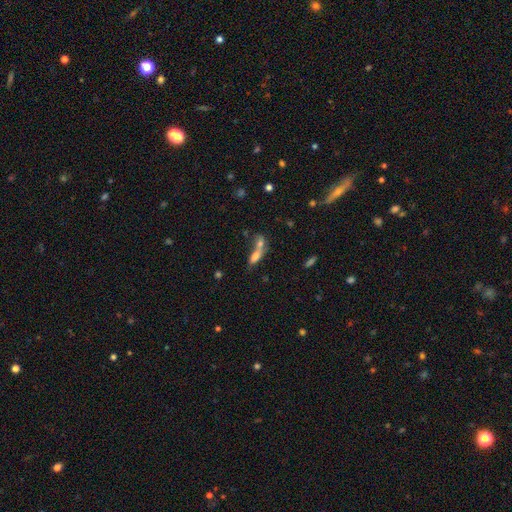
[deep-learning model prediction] The model was most divided on "how rounded": in between: 62%, cigar-shaped: 32%, round: 7%. More confident: smooth or featured — smooth (67%); merging — merger (64%).